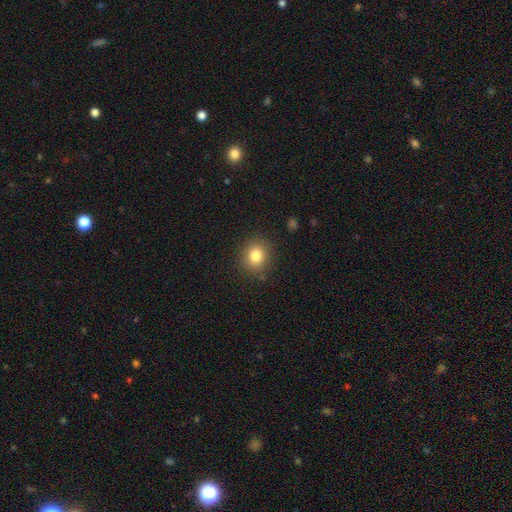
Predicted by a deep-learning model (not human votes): Q: Smooth or featured?
A: smooth (82%); runner-up: star or artifact (11%)
Q: How rounded?
A: round (74%); runner-up: in between (25%)
Q: Merging?
A: none (87%); runner-up: minor disturbance (9%)